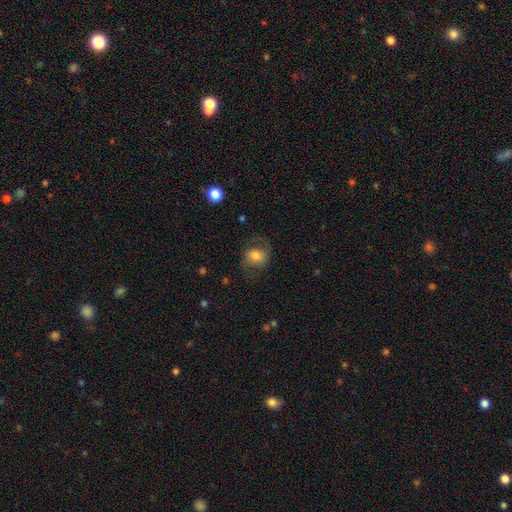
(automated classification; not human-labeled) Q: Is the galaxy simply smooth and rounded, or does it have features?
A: smooth — 49%.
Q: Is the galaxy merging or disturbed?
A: none — 69%.